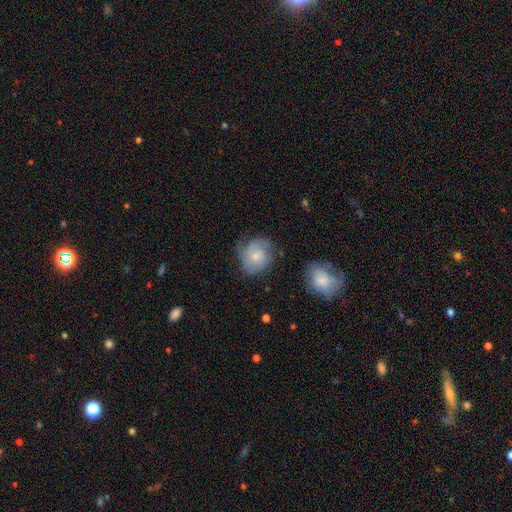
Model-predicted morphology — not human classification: Q: Smooth or featured?
A: featured or disk (50%); runner-up: smooth (43%)
Q: Merging?
A: none (59%); runner-up: minor disturbance (27%)